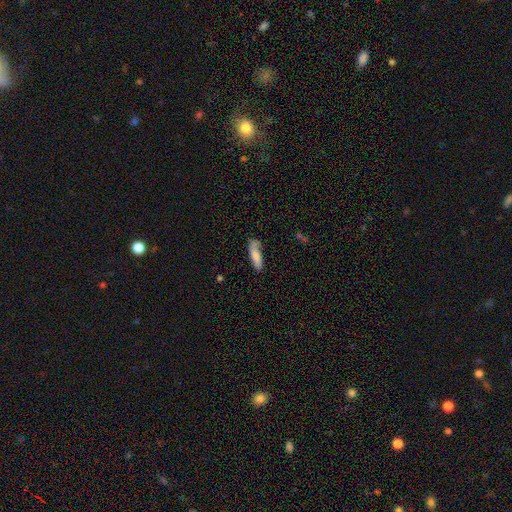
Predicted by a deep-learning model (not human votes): Q: Smooth or featured?
A: smooth (74%); runner-up: featured or disk (20%)
Q: How rounded?
A: cigar-shaped (58%); runner-up: in between (40%)
Q: Merging?
A: none (61%); runner-up: minor disturbance (26%)